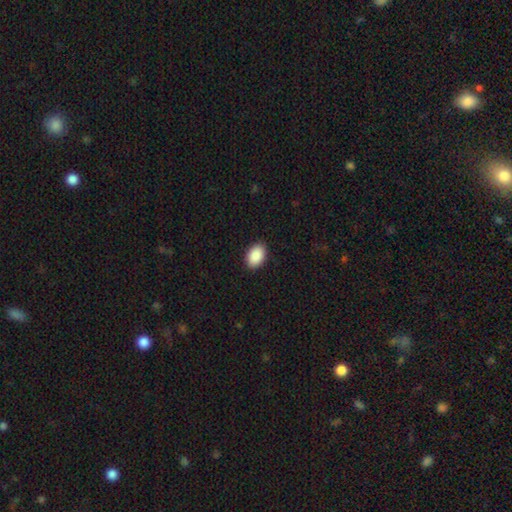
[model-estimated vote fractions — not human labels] Overall: smooth (91%). How rounded: in between (89%). Merging: none (91%).